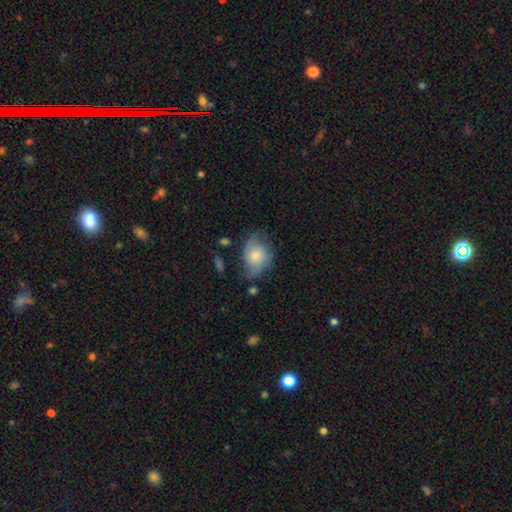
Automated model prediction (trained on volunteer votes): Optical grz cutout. It shows a smooth galaxy with no disk features (56%) that is in between round and cigar-shaped (65%). Merging: none (50%).